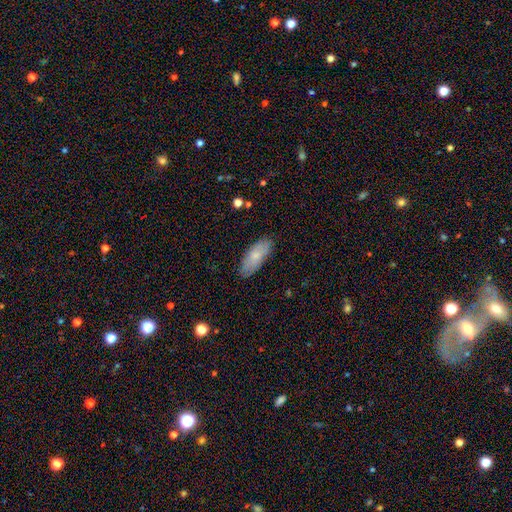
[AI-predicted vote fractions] A smooth galaxy with no disk features (75%) that is in between round and cigar-shaped (80%). Merging: none (84%).